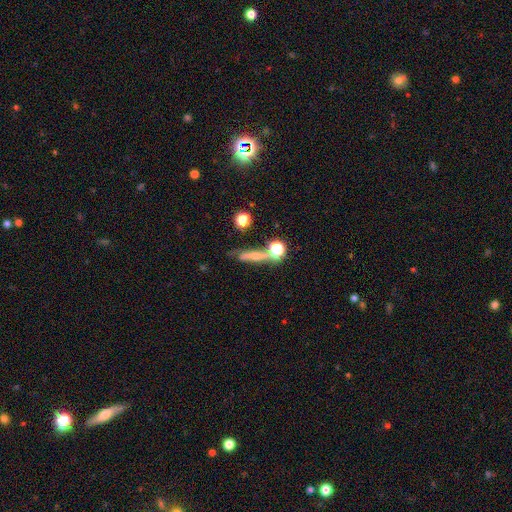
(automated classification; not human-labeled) Smooth or featured?
  - featured or disk: 47% *
  - smooth: 35%
  - star or artifact: 18%
Merging?
  - none: 54% *
  - minor disturbance: 19%
  - merger: 17%
  - major disturbance: 11%